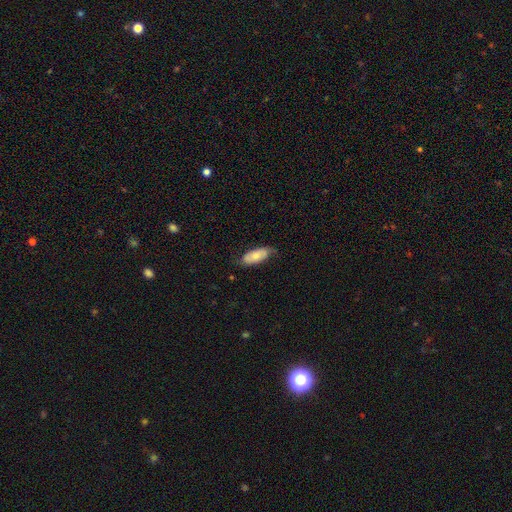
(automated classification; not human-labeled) Overall: smooth (62%; featured or disk 32%). How rounded: in between (82%). Merging: none (71%).